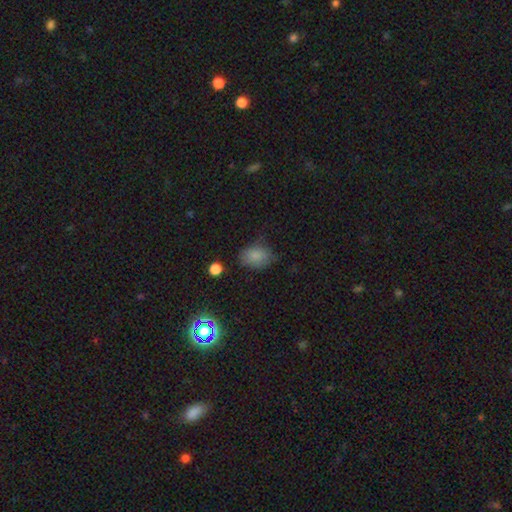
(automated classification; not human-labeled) smooth_or_featured: smooth (p=0.82) [alt: star or artifact p=0.11]
how_rounded: in between (p=0.69) [alt: round p=0.29]
merging: none (p=0.63) [alt: minor disturbance p=0.26]